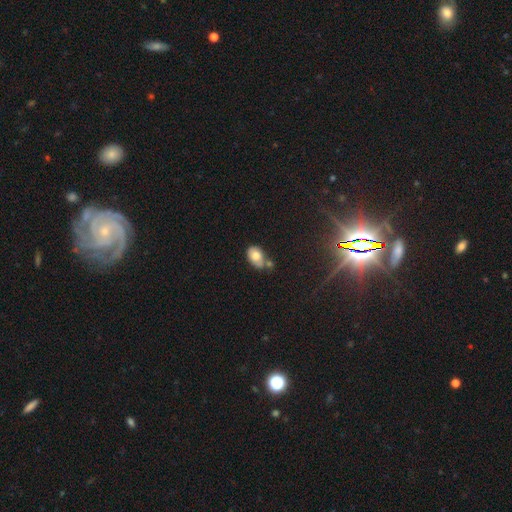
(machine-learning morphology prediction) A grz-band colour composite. It shows a smooth galaxy with no disk features (75%) that is in between round and cigar-shaped (85%). Merging: none (39%).